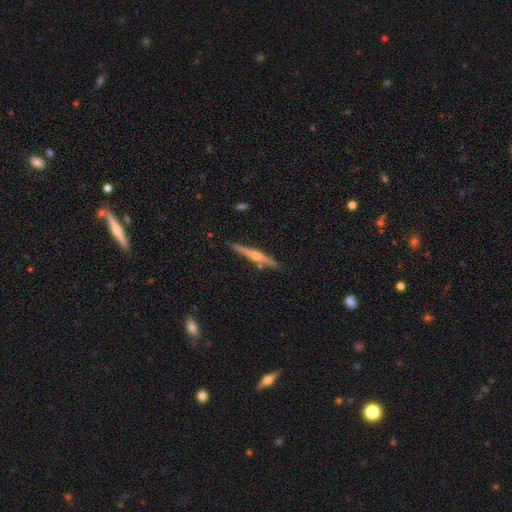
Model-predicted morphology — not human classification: Smooth or featured? featured or disk (71%)
Edge-on disk? yes (98%)
Edge-on bulge? rounded (84%)
Merging? none (86%)